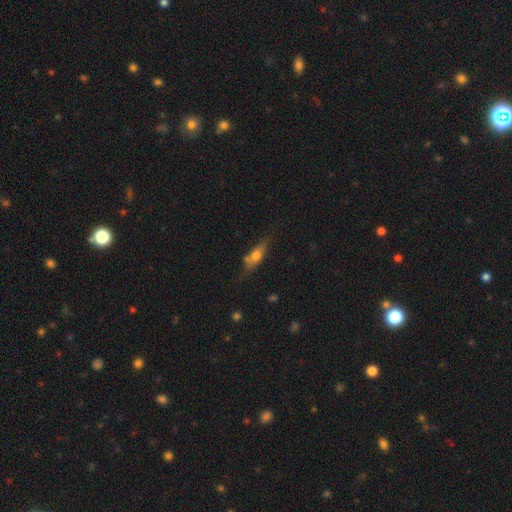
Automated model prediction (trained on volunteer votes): This appears to be a smooth galaxy with no disk features (56%) that is in between round and cigar-shaped (53%). Merging: none (61%).